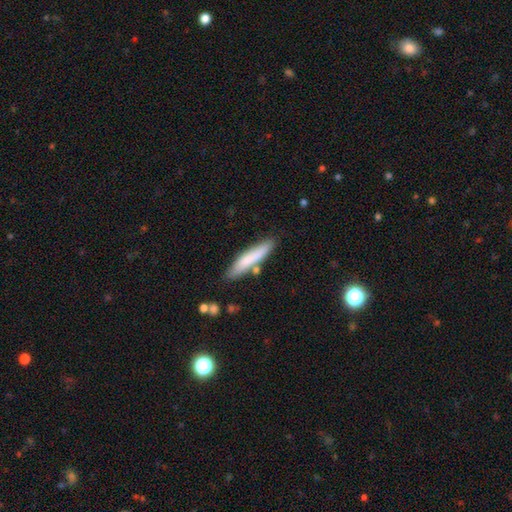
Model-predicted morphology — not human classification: Q: Smooth or featured?
A: smooth (73%); runner-up: featured or disk (20%)
Q: How rounded?
A: cigar-shaped (88%); runner-up: in between (11%)
Q: Merging?
A: none (79%); runner-up: minor disturbance (14%)